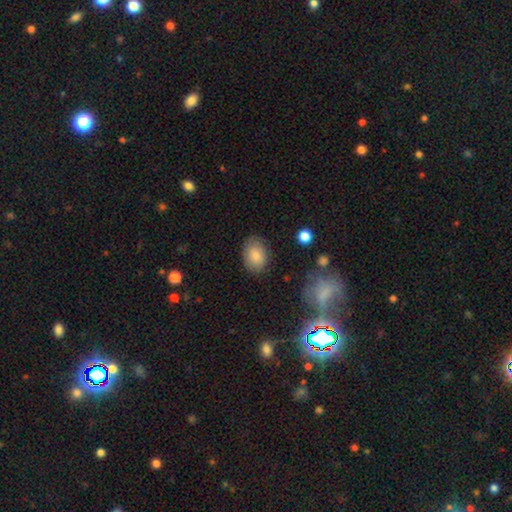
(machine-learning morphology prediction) Smooth or featured? Predicted: smooth (p=0.83). How rounded? Predicted: in between (p=0.75). Merging? Predicted: none (p=0.81).